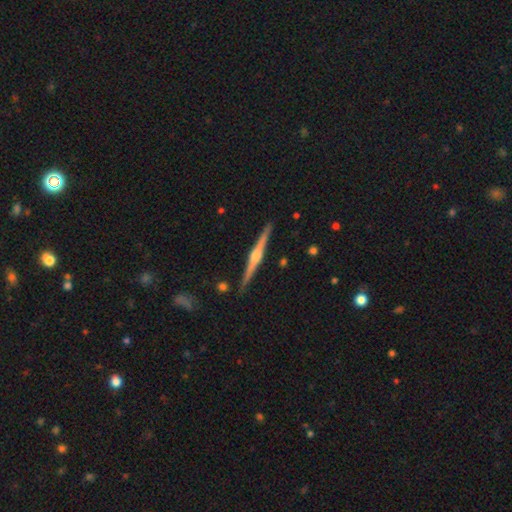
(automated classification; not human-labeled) Smooth or featured: featured or disk — 83% (smooth — 12%)
Edge-on disk: yes — 99% (no — 1%)
Edge-on bulge: rounded — 89% (boxy — 7%)
Merging: none — 90% (minor disturbance — 7%)